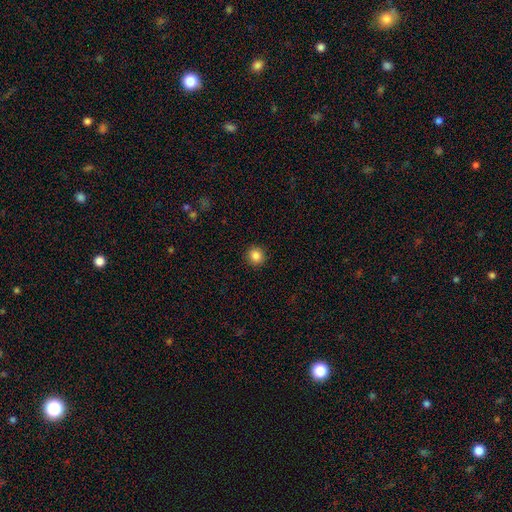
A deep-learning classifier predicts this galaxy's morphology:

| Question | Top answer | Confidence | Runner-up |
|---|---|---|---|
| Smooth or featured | smooth | 86% | star or artifact (10%) |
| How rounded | round | 93% | in between (6%) |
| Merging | none | 92% | minor disturbance (5%) |